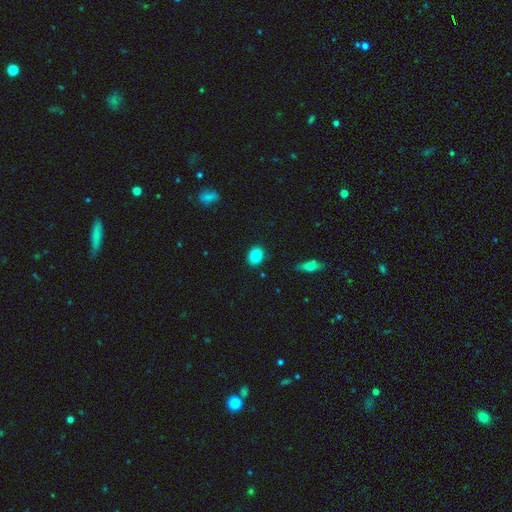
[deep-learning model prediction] smooth-or-featured: smooth: 86% | star or artifact: 9% | featured or disk: 6%
  how-rounded: in between: 58% | round: 40% | cigar-shaped: 1%
  merging: none: 87% | minor disturbance: 9% | major disturbance: 2% | merger: 2%